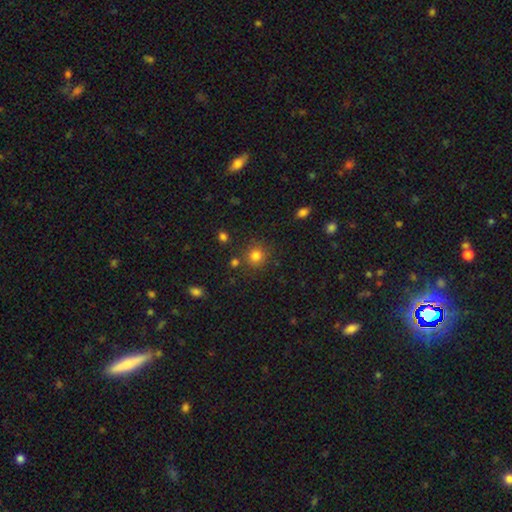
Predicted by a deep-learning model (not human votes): A smooth galaxy with no disk features (81%) that is round (91%).

Vote fractions:
- Smooth or featured? smooth: 81% / star or artifact: 13% / featured or disk: 6%
- How rounded? round: 91% / in between: 8% / cigar-shaped: 1%
- Merging? none: 82% / minor disturbance: 9% / merger: 6% / major disturbance: 3%